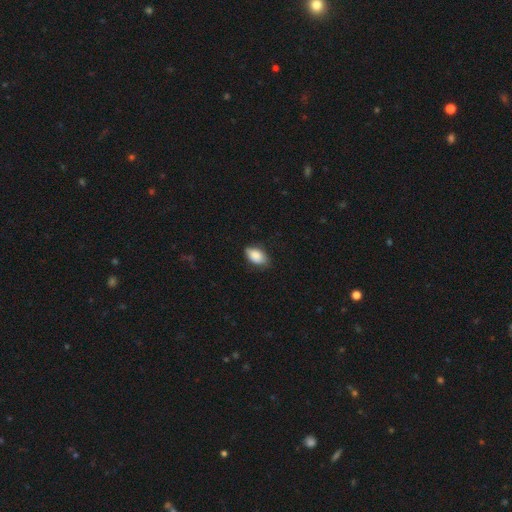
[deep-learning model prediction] Q: Smooth or featured?
A: smooth (86%); runner-up: featured or disk (7%)
Q: How rounded?
A: in between (92%); runner-up: round (6%)
Q: Merging?
A: none (75%); runner-up: minor disturbance (21%)